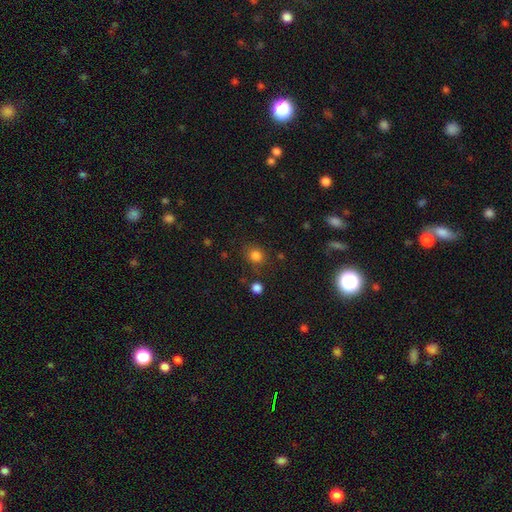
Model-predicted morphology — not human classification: A smooth galaxy with no disk features (82%) that is round (78%).

Vote fractions:
- Smooth or featured? smooth: 82% / star or artifact: 13% / featured or disk: 5%
- How rounded? round: 78% / in between: 21% / cigar-shaped: 1%
- Merging? none: 78% / minor disturbance: 13% / major disturbance: 5% / merger: 4%